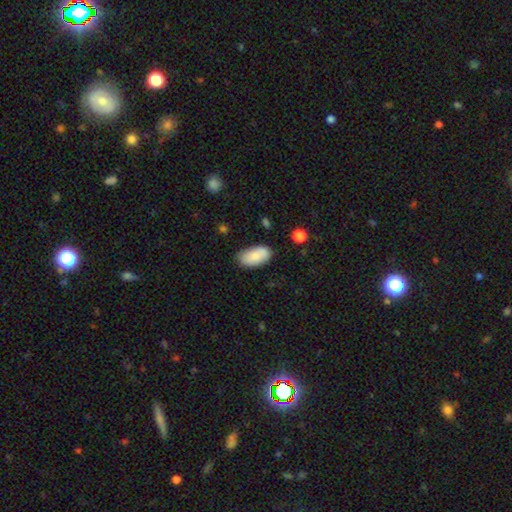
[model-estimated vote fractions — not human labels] This appears to be a smooth galaxy with no disk features (84%) that is in between round and cigar-shaped (95%). Merging: none (77%).